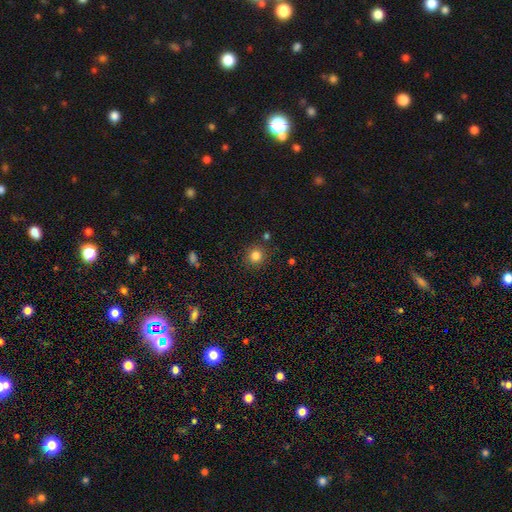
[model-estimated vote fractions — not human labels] Smooth or featured? smooth (82%)
How rounded? round (90%)
Merging? none (87%)